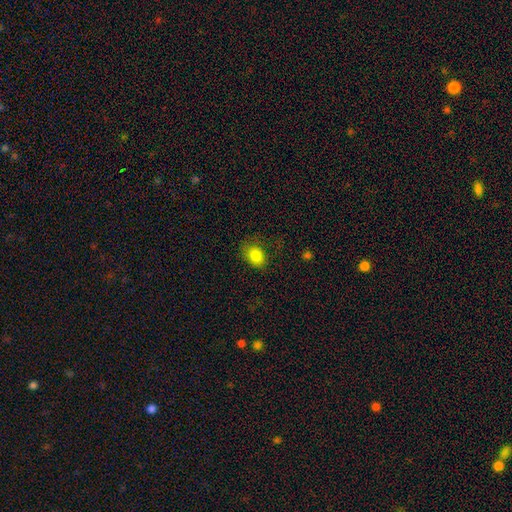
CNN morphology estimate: type=smooth (84%); roundness=in between (64%); merging=none (68%).